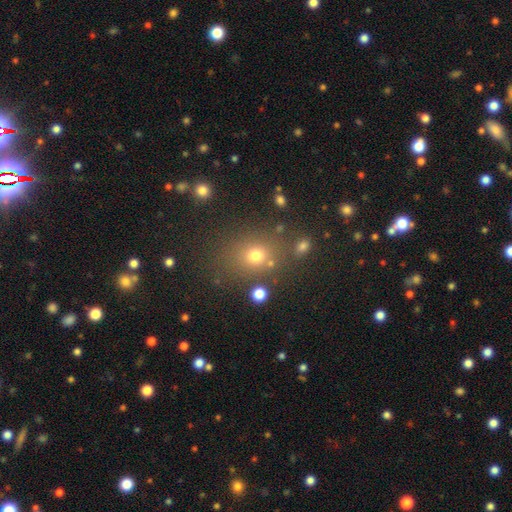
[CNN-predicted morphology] type=smooth (71%); roundness=round (65%); merging=none (74%).